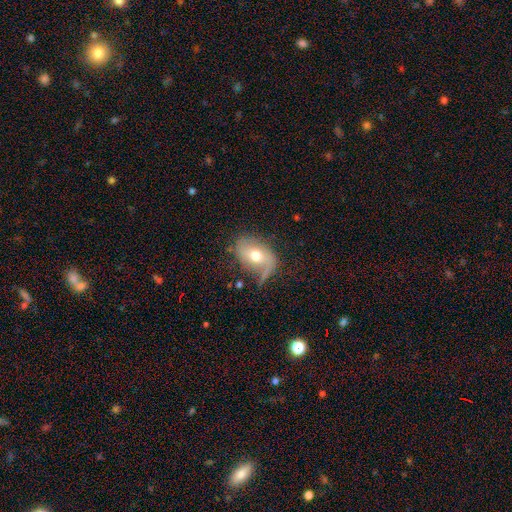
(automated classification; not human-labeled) A featured or disk galaxy (59%) with no bar (55%), spiral arms (77%) and a moderate central bulge (73%). Merging: none (54%).